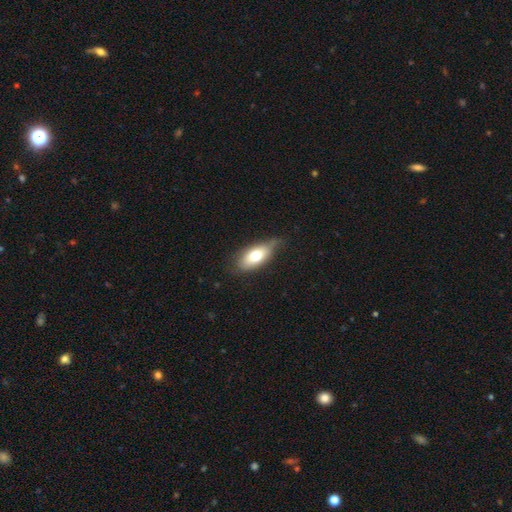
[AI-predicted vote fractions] Smooth or featured?
  - smooth: 68% *
  - featured or disk: 25%
  - star or artifact: 7%
How rounded?
  - in between: 85% *
  - cigar-shaped: 11%
  - round: 4%
Merging?
  - none: 62% *
  - minor disturbance: 30%
  - major disturbance: 7%
  - merger: 1%